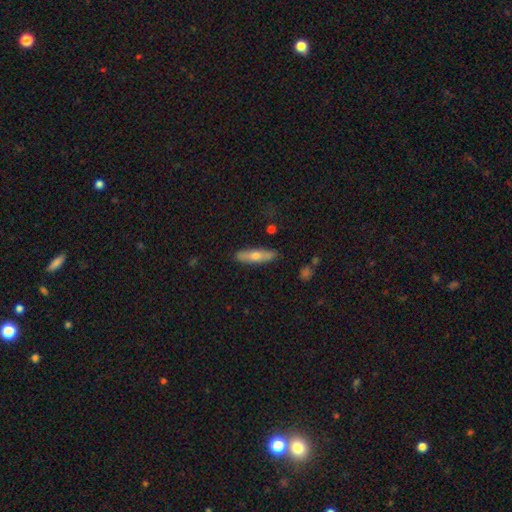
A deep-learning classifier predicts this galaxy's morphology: A smooth galaxy with no disk features (55%) that is cigar-shaped (70%). Merging: none (87%).